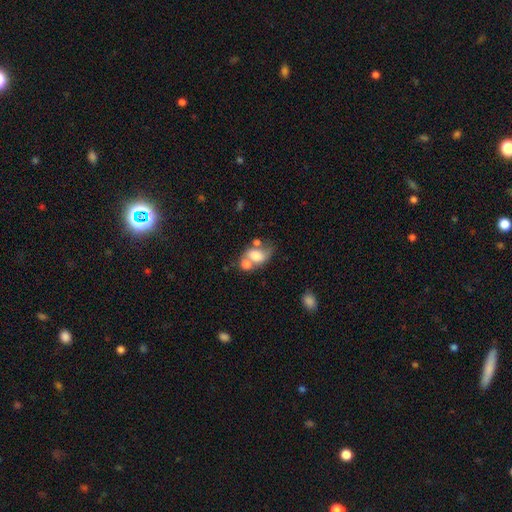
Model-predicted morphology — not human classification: Smooth or featured? Predicted: smooth (p=0.61). How rounded? Predicted: in between (p=0.76). Merging? Predicted: merger (p=0.50).